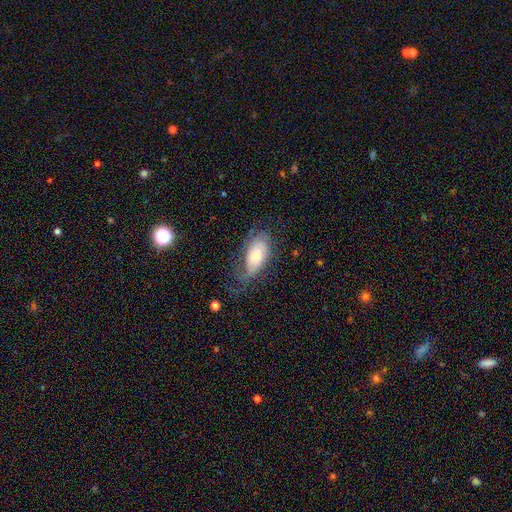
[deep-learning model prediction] This is possibly a featured or disk galaxy (47%). Merging: possibly none (50%).